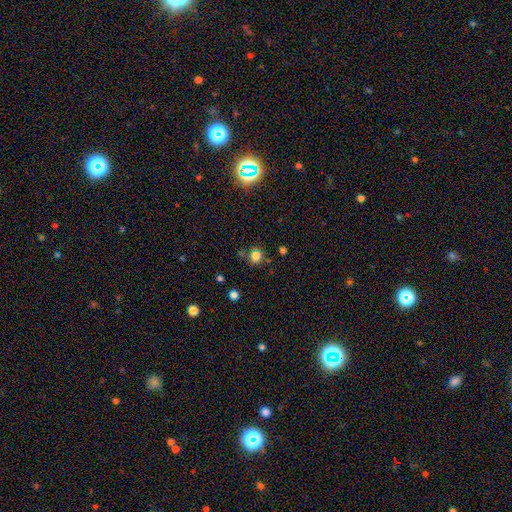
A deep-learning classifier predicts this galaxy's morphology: This is likely a smooth galaxy (80%). How rounded: clearly round (86%). Merging: likely none (76%).